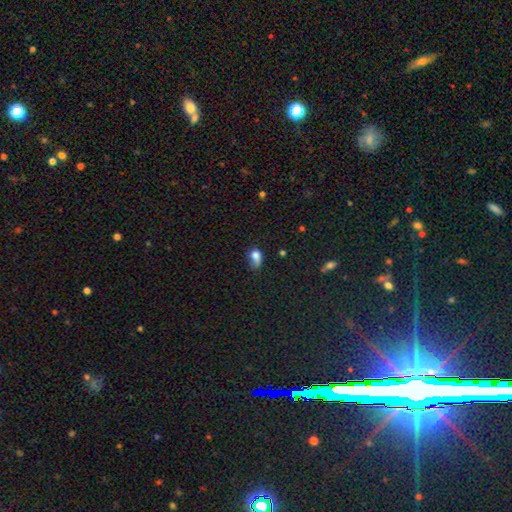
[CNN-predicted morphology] smooth_or_featured: smooth (p=0.79) [alt: star or artifact p=0.12]
how_rounded: in between (p=0.77) [alt: round p=0.21]
merging: minor disturbance (p=0.40) [alt: none p=0.32]